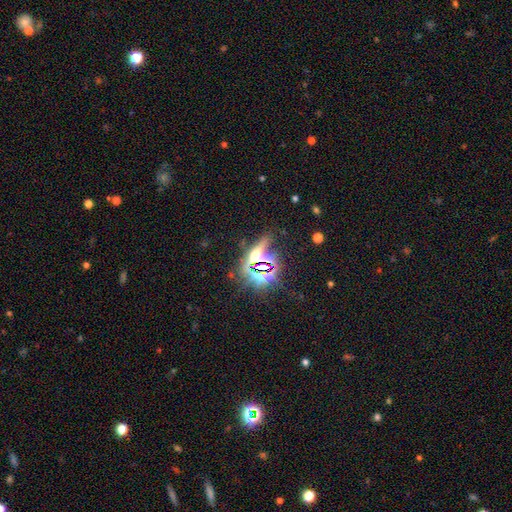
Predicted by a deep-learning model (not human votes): This appears to be a star or artifact, not a galaxy (56%).